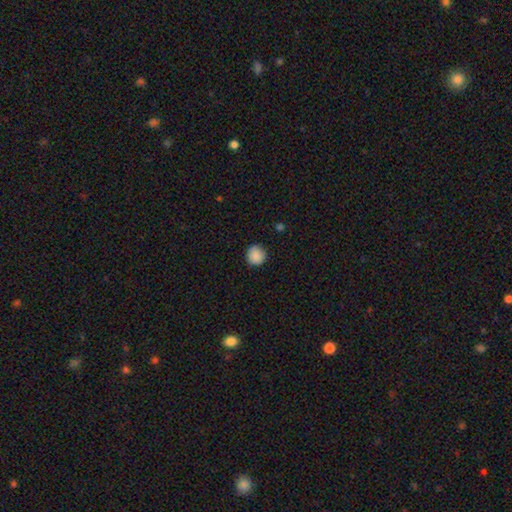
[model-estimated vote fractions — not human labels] Q: Smooth or featured?
A: smooth (88%); runner-up: star or artifact (8%)
Q: How rounded?
A: round (92%); runner-up: in between (7%)
Q: Merging?
A: none (89%); runner-up: minor disturbance (8%)